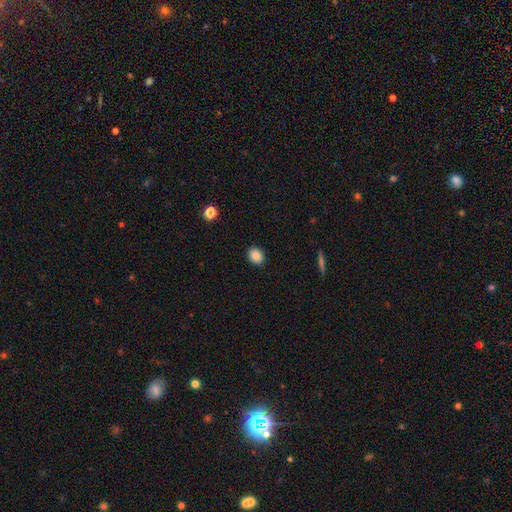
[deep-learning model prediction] This is clearly a smooth galaxy (84%). How rounded: possibly in between (51%). Merging: clearly none (90%).